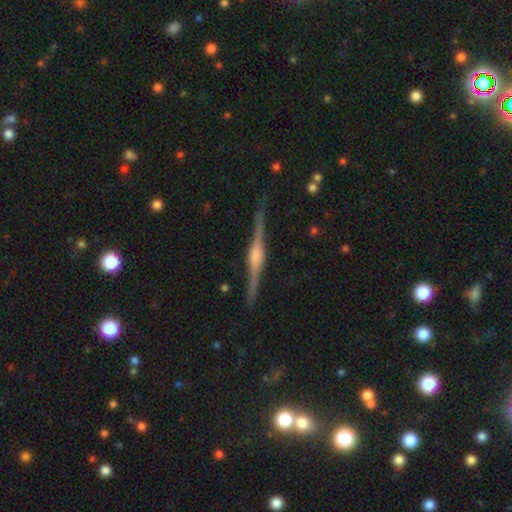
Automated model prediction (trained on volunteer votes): This appears to be a featured or disk galaxy (87%) viewed edge-on (98%) with a rounded central bulge (77%). Merging: none (89%).